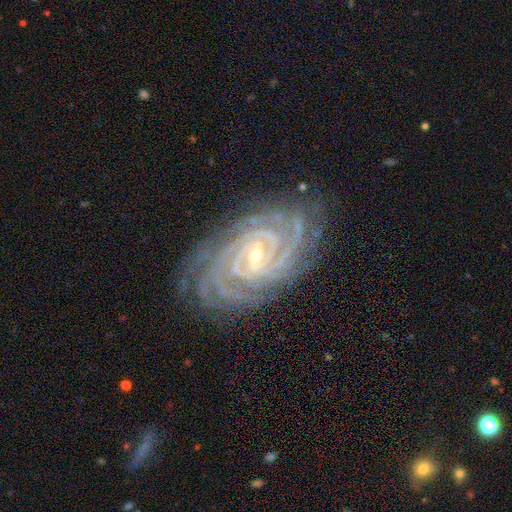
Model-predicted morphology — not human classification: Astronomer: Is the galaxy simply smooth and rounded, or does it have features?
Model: featured or disk — 92%.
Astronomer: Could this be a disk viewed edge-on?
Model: no — 97%.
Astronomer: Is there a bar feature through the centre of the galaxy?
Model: weak — 42% (runner-up: strong, 32%).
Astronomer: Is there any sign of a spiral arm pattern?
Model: yes — 99%.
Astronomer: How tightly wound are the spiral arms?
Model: tight — 85%.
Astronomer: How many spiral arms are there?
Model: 4 — 28% (runner-up: more than 4, 22%).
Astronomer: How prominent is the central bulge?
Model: small — 74%.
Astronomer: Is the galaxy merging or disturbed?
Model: none — 82%.